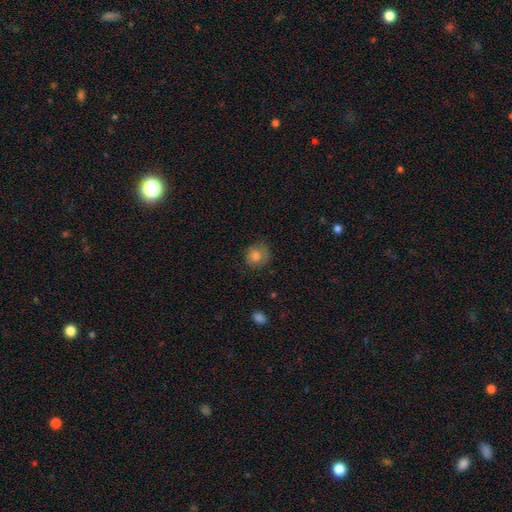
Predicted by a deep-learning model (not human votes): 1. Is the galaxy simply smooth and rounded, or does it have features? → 78% smooth, 12% featured or disk, 10% star or artifact.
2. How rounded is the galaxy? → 80% round, 19% in between, 1% cigar-shaped.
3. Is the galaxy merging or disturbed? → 69% none, 22% minor disturbance, 8% major disturbance, 1% merger.